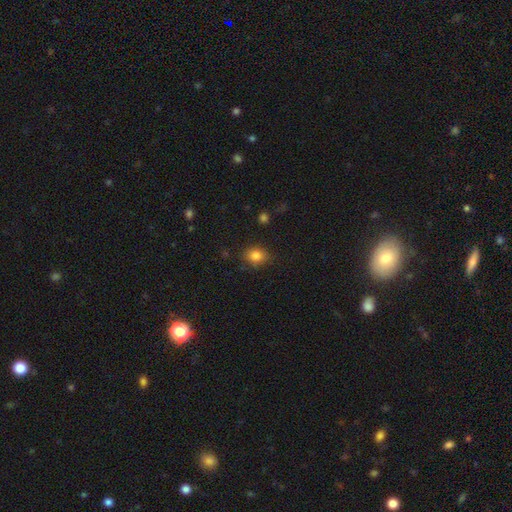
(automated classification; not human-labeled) Q: Smooth or featured?
A: smooth (83%); runner-up: star or artifact (11%)
Q: How rounded?
A: round (58%); runner-up: in between (41%)
Q: Merging?
A: none (83%); runner-up: minor disturbance (13%)